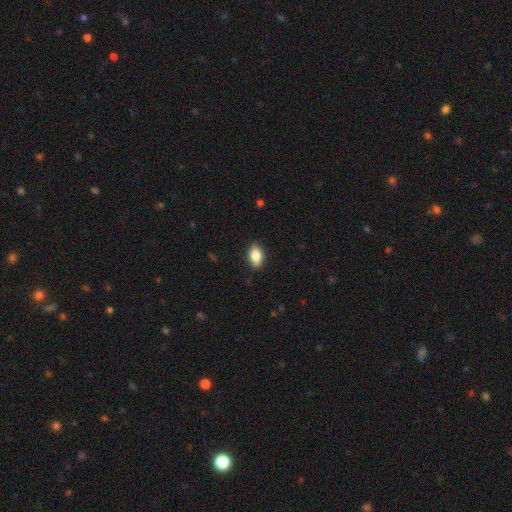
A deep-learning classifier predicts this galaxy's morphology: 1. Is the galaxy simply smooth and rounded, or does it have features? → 81% smooth, 11% featured or disk, 8% star or artifact.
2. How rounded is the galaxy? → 87% in between, 10% round, 3% cigar-shaped.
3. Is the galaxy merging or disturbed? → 85% none, 12% minor disturbance, 2% major disturbance, 1% merger.